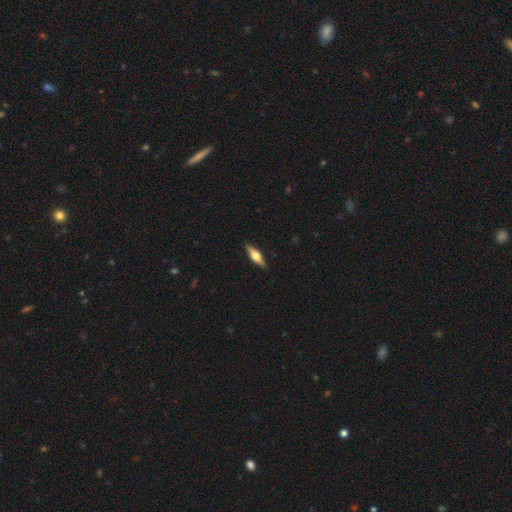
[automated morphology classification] A featured or disk galaxy (61%) viewed edge-on (96%) with a rounded central bulge (93%).

Vote fractions:
- Smooth or featured? featured or disk: 61% / smooth: 33% / star or artifact: 6%
- Edge-on disk? yes: 96% / no: 4%
- Edge-on bulge? rounded: 93% / boxy: 5% / none: 2%
- Merging? none: 90% / minor disturbance: 8% / major disturbance: 2% / merger: 1%